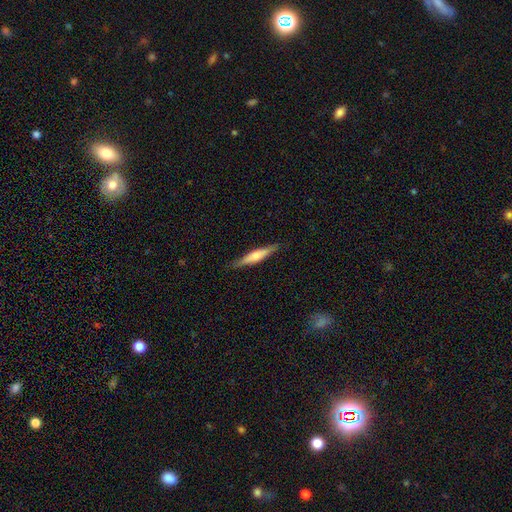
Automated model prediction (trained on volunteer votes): Smooth or featured? smooth (48%)
Merging? none (87%)